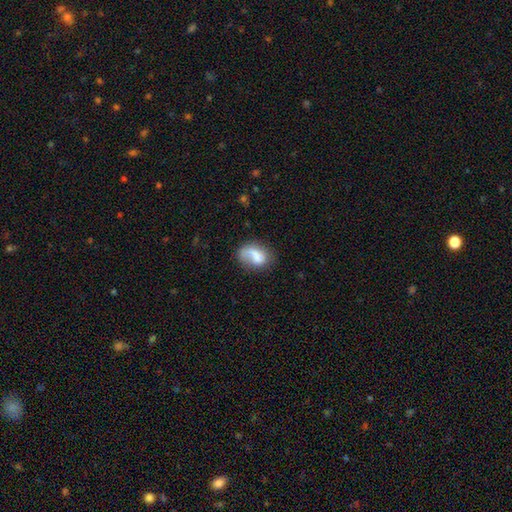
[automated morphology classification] Q: Smooth or featured?
A: smooth (68%); runner-up: featured or disk (24%)
Q: How rounded?
A: in between (77%); runner-up: round (21%)
Q: Merging?
A: none (43%); runner-up: minor disturbance (26%)